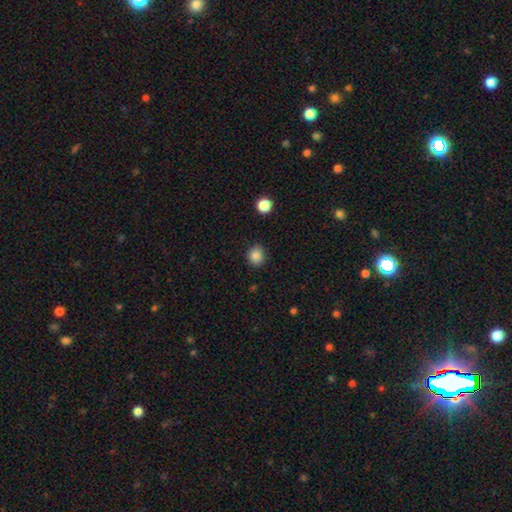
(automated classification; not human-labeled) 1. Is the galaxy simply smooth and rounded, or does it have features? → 85% smooth, 10% star or artifact, 4% featured or disk.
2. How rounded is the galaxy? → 77% round, 22% in between, 1% cigar-shaped.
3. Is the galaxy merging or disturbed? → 87% none, 9% minor disturbance, 2% major disturbance, 1% merger.